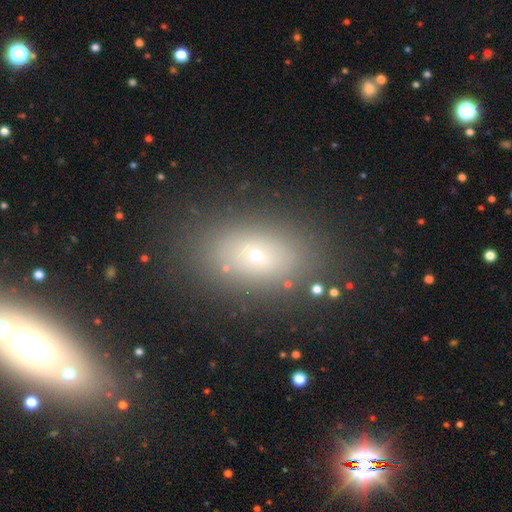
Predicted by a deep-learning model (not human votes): Morphology: type=smooth (61%); roundness=in between (78%); merging=none (82%).